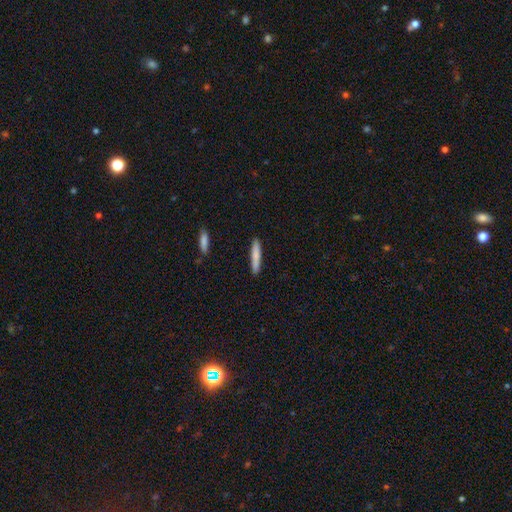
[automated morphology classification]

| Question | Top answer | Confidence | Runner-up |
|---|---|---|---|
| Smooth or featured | smooth | 80% | featured or disk (15%) |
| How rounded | cigar-shaped | 92% | in between (7%) |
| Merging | none | 90% | minor disturbance (7%) |